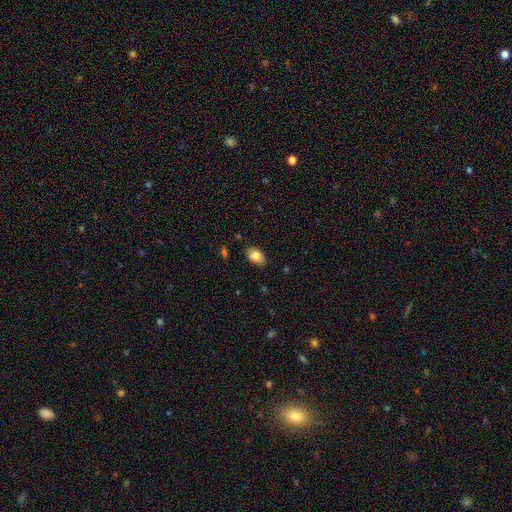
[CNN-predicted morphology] Smooth or featured?
  - smooth: 83% *
  - featured or disk: 10%
  - star or artifact: 7%
How rounded?
  - in between: 89% *
  - round: 10%
  - cigar-shaped: 1%
Merging?
  - none: 84% *
  - minor disturbance: 12%
  - major disturbance: 2%
  - merger: 1%